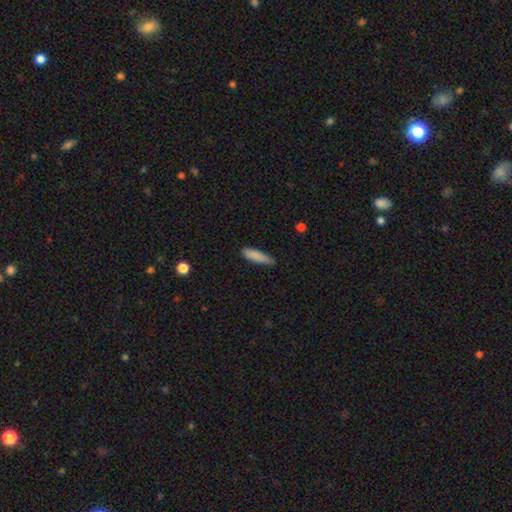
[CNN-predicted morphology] This is clearly a smooth galaxy (85%). How rounded: likely cigar-shaped (75%). Merging: likely none (78%).